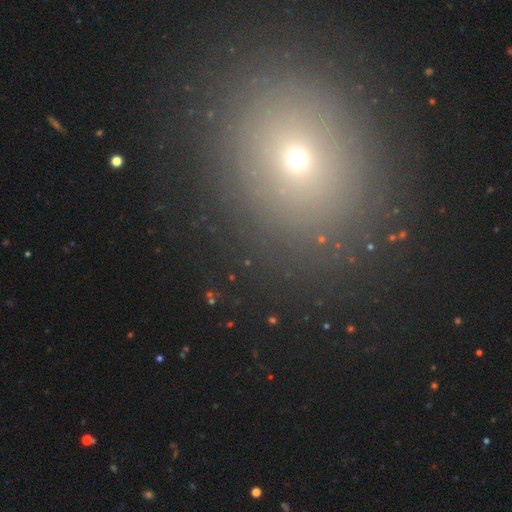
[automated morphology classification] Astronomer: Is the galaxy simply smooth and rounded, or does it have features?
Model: smooth — 58%.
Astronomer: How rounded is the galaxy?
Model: round — 71%.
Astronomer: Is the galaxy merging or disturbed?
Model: none — 89%.